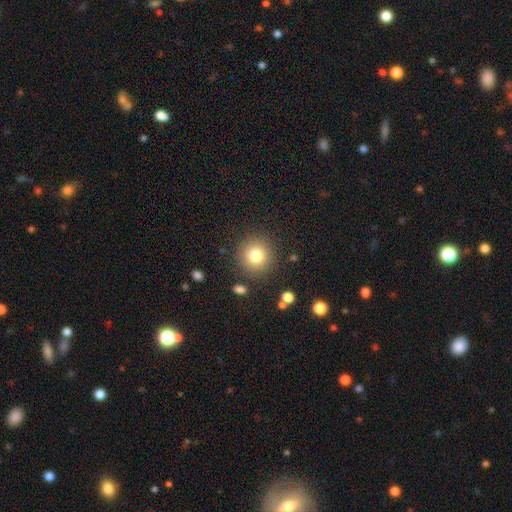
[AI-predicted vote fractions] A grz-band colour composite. It shows a smooth galaxy with no disk features (79%) that is round (93%). Merging: none (88%).